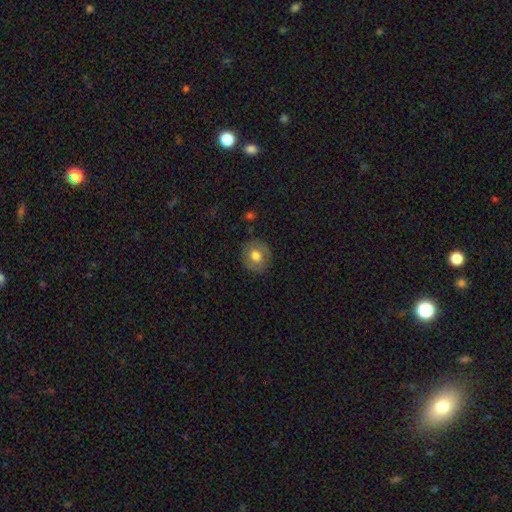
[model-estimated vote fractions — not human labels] smooth-or-featured: smooth: 70% | featured or disk: 21% | star or artifact: 8%
  how-rounded: round: 86% | in between: 13% | cigar-shaped: 1%
  merging: none: 86% | minor disturbance: 10% | major disturbance: 3% | merger: 1%